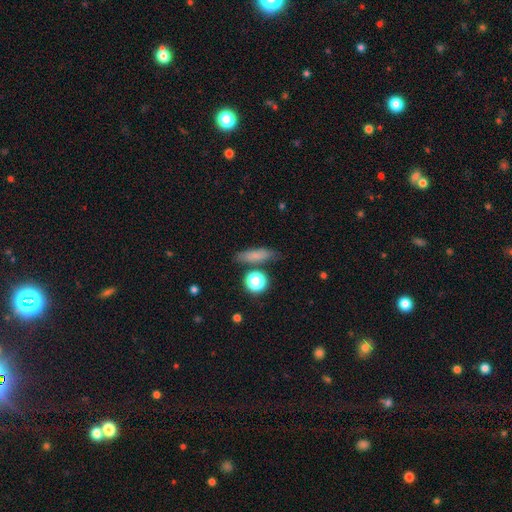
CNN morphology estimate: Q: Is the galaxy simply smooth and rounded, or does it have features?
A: smooth — 75%.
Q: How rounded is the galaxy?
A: cigar-shaped — 50%.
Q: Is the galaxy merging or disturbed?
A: none — 76%.